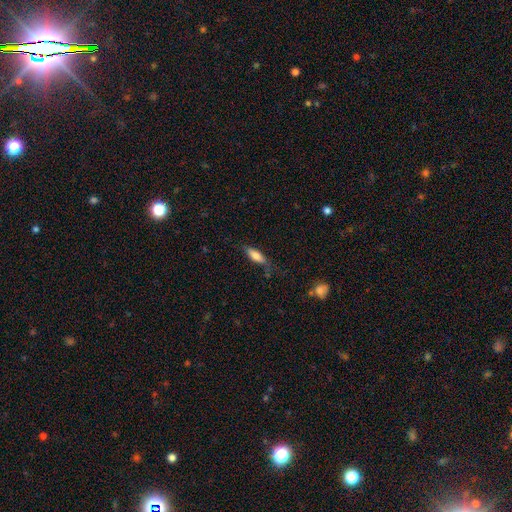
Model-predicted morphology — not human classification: smooth-or-featured: smooth: 72% | featured or disk: 21% | star or artifact: 7%
  how-rounded: in between: 56% | cigar-shaped: 41% | round: 2%
  merging: none: 69% | minor disturbance: 22% | major disturbance: 6% | merger: 2%